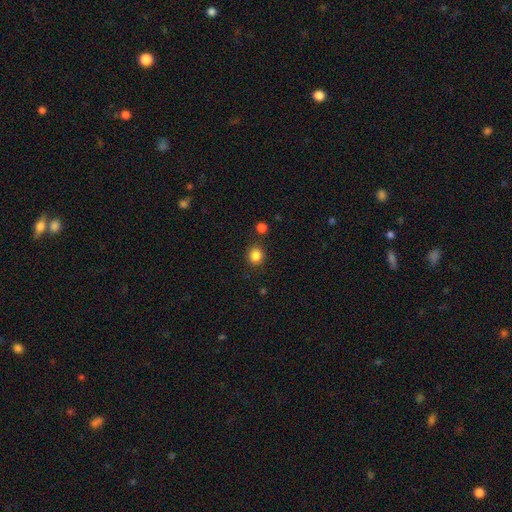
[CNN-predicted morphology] The model was most divided on "smooth or featured": smooth: 85%, star or artifact: 11%, featured or disk: 4%. More confident: how rounded — round (90%); merging — none (87%).